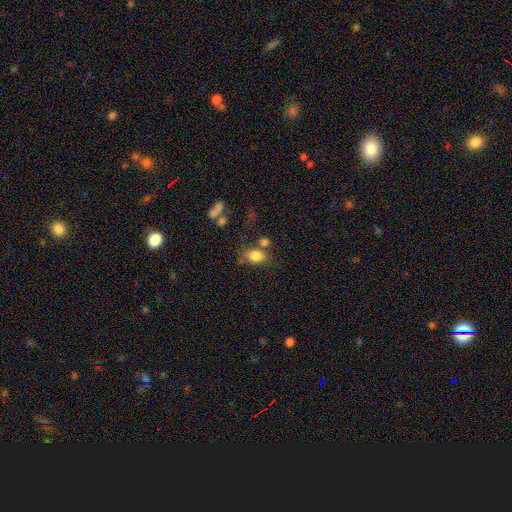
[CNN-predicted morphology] Q: Smooth or featured?
A: smooth (81%); runner-up: star or artifact (10%)
Q: How rounded?
A: in between (64%); runner-up: round (34%)
Q: Merging?
A: none (56%); runner-up: merger (18%)